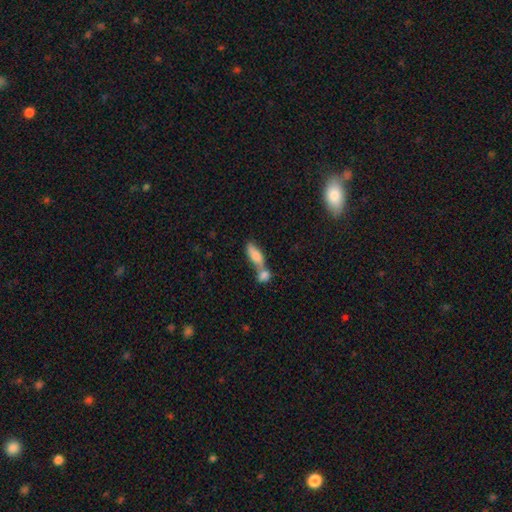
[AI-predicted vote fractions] Morphology: type=smooth (73%); roundness=in between (67%); merging=merger (63%).